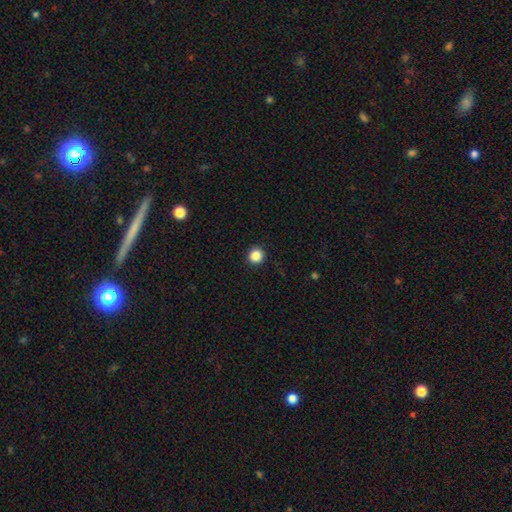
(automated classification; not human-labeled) smooth_or_featured: smooth (p=0.86) [alt: star or artifact p=0.10]
how_rounded: round (p=0.94) [alt: in between p=0.05]
merging: none (p=0.93) [alt: minor disturbance p=0.04]